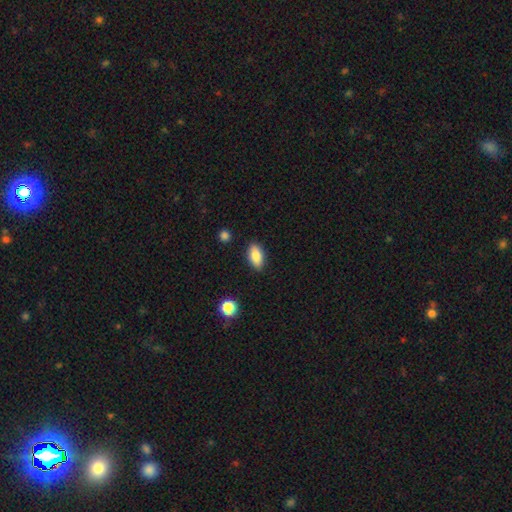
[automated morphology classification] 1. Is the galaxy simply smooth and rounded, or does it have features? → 85% smooth, 8% featured or disk, 8% star or artifact.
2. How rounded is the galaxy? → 89% in between, 7% cigar-shaped, 4% round.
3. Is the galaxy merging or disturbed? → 87% none, 10% minor disturbance, 2% major disturbance, 1% merger.